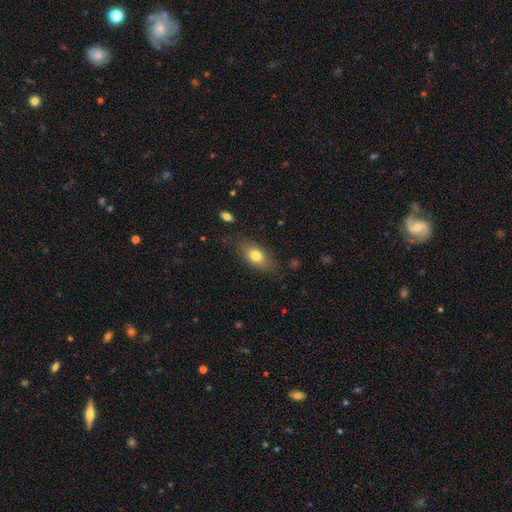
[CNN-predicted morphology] A smooth galaxy with no disk features (75%) that is in between round and cigar-shaped (82%). Merging: none (76%).